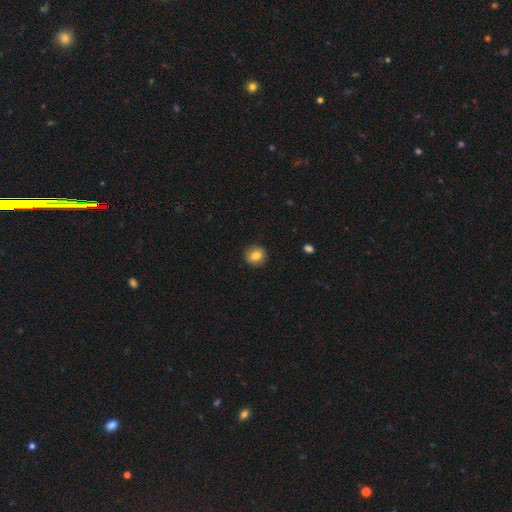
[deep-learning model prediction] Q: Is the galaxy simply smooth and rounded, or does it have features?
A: smooth — 80%.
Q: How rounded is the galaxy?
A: round — 86%.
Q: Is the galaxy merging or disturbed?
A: none — 90%.